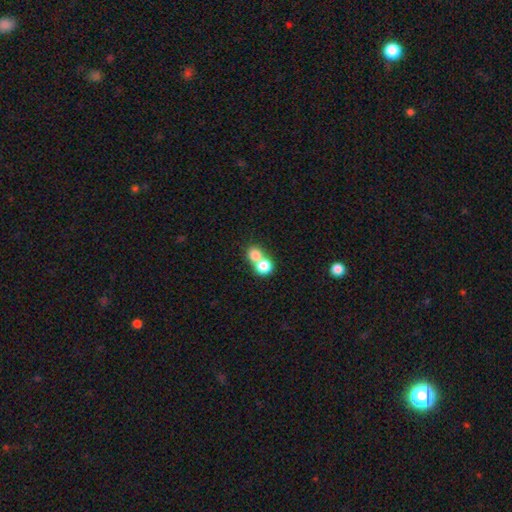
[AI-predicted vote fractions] The model was most divided on "merging": merger: 60%, none: 33%, minor disturbance: 5%, major disturbance: 2%. More confident: how rounded — round (78%); smooth or featured — smooth (78%).